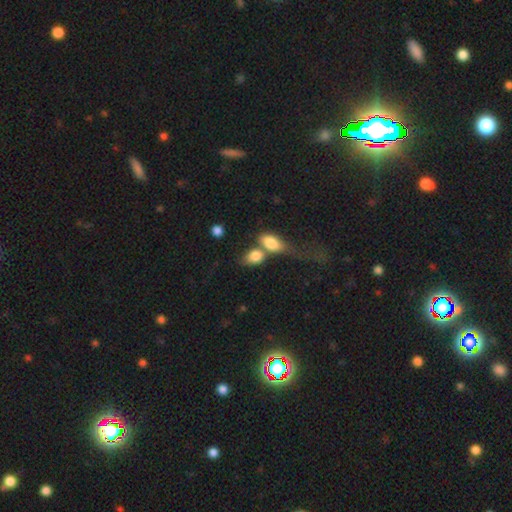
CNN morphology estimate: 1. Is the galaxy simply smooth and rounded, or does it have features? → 82% smooth, 10% featured or disk, 8% star or artifact.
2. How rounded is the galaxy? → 79% in between, 18% round, 3% cigar-shaped.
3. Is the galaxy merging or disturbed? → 57% merger, 24% none, 10% minor disturbance, 9% major disturbance.